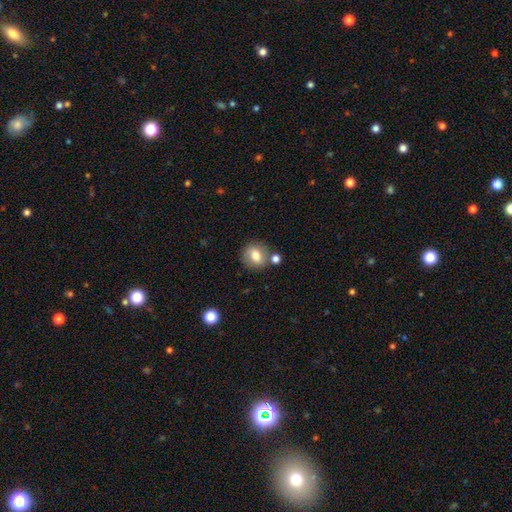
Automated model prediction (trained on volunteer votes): A smooth galaxy with no disk features (75%) that is round (74%). Merging: none (72%).